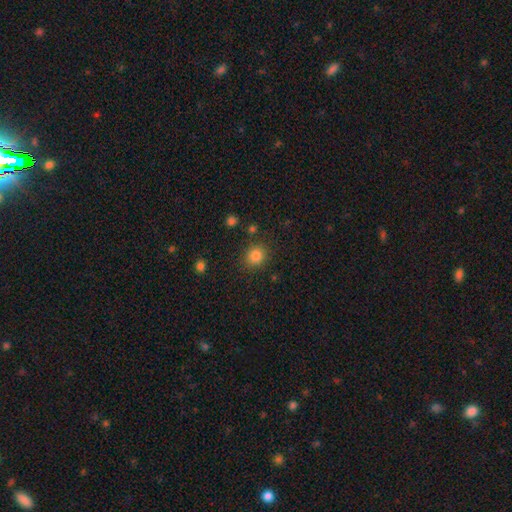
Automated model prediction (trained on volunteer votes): The model was most divided on "how rounded": round: 79%, in between: 21%, cigar-shaped: 1%. More confident: merging — none (85%); smooth or featured — smooth (83%).